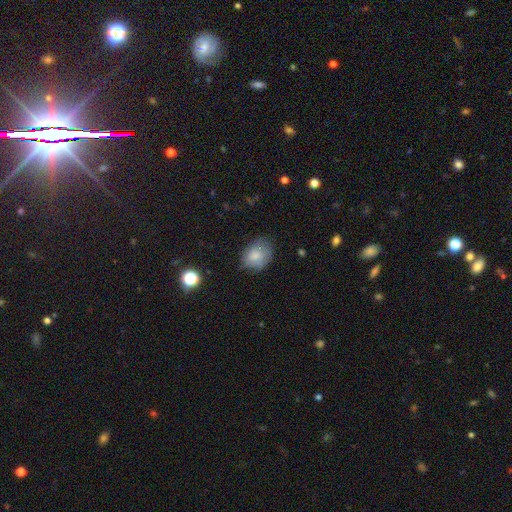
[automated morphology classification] A smooth galaxy with no disk features (80%) that is in between round and cigar-shaped (63%). Merging: none (61%).